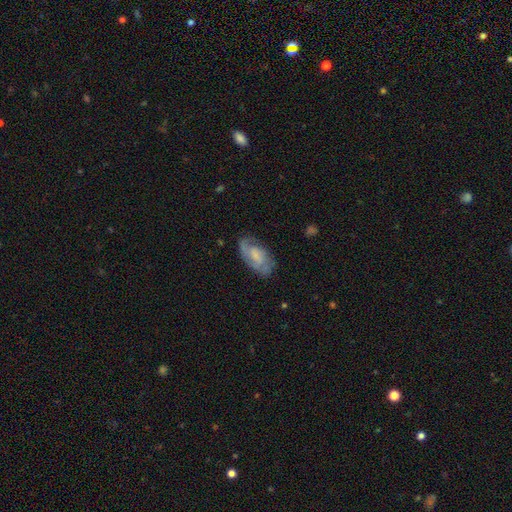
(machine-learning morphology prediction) Q: Smooth or featured?
A: featured or disk (64%); runner-up: smooth (28%)
Q: Edge-on disk?
A: no (95%); runner-up: yes (5%)
Q: Bar?
A: no (52%); runner-up: weak (40%)
Q: Spiral arms?
A: yes (87%); runner-up: no (13%)
Q: Spiral winding?
A: medium (44%); runner-up: tight (40%)
Q: Spiral arm count?
A: 2 (58%); runner-up: can't tell (23%)
Q: Bulge size?
A: small (35%); runner-up: none (33%)
Q: Merging?
A: none (69%); runner-up: minor disturbance (21%)